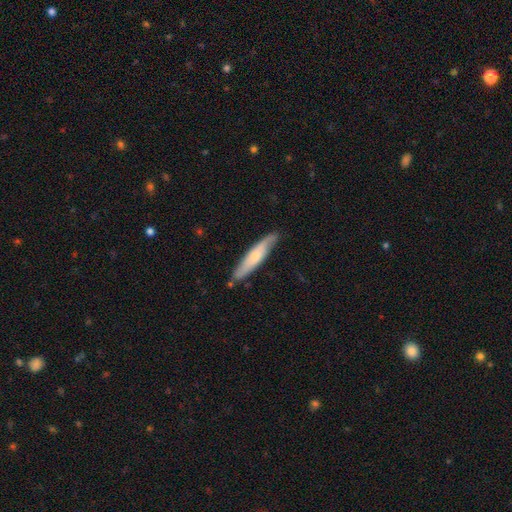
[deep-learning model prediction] This is possibly a smooth galaxy (48%). Merging: clearly none (80%).